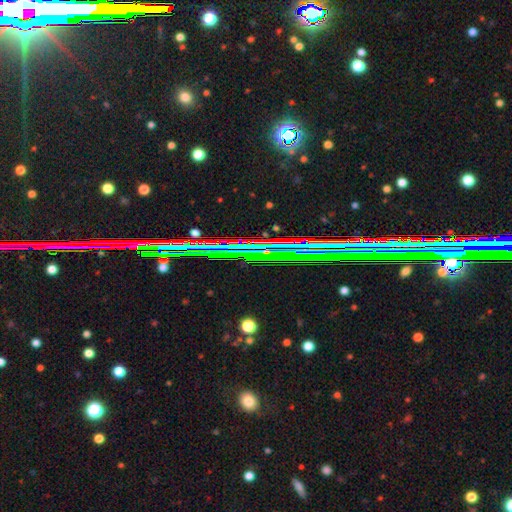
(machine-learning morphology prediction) Overall: star or artifact (79%).